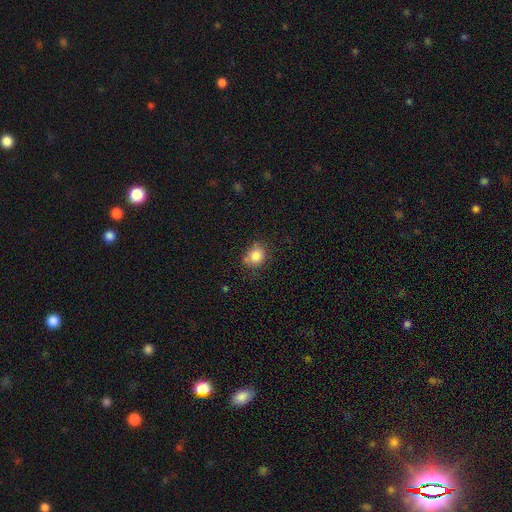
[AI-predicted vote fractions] Overall: smooth (83%). How rounded: round (70%). Merging: none (65%).